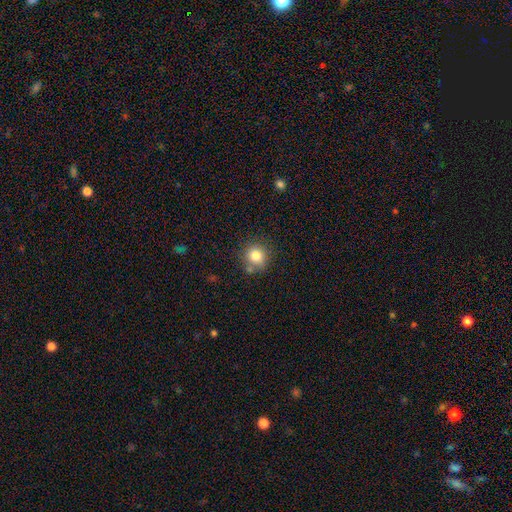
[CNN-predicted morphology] Overall: smooth (81%). How rounded: round (89%). Merging: none (74%).